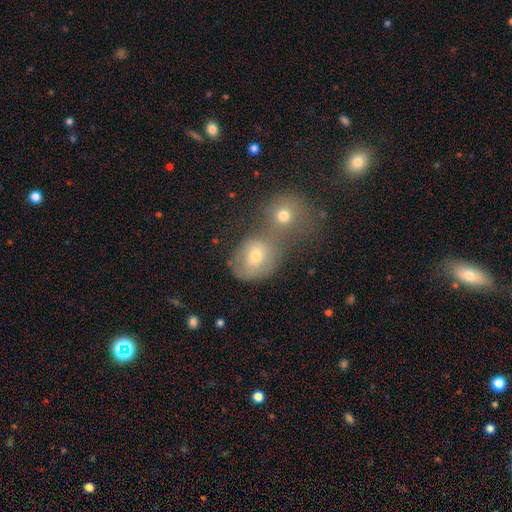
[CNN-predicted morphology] smooth 64%, featured or disk 23%, star or artifact 13%. Down the decision tree: how rounded — round (63%); merging — merger (51%).